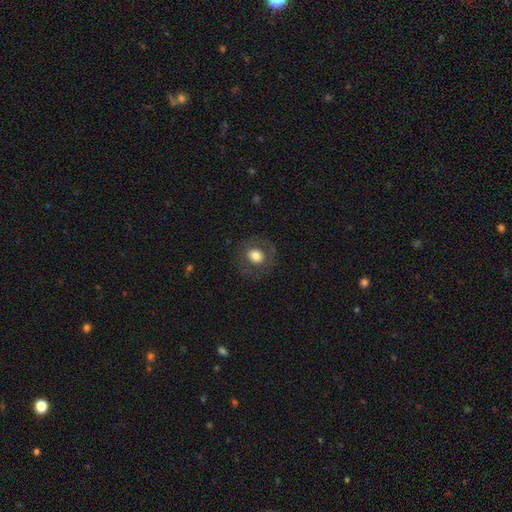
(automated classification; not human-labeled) This is likely a smooth galaxy (68%). How rounded: clearly round (82%). Merging: clearly none (82%).